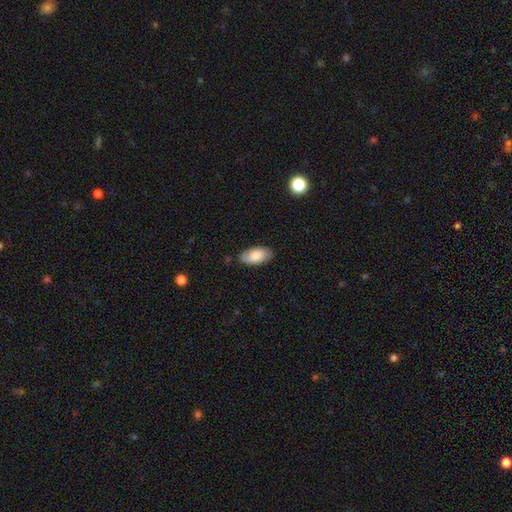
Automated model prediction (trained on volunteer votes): A smooth galaxy with no disk features (79%) that is in between round and cigar-shaped (94%).

Vote fractions:
- Smooth or featured? smooth: 79% / featured or disk: 14% / star or artifact: 6%
- How rounded? in between: 94% / cigar-shaped: 3% / round: 3%
- Merging? none: 83% / minor disturbance: 13% / major disturbance: 3% / merger: 1%